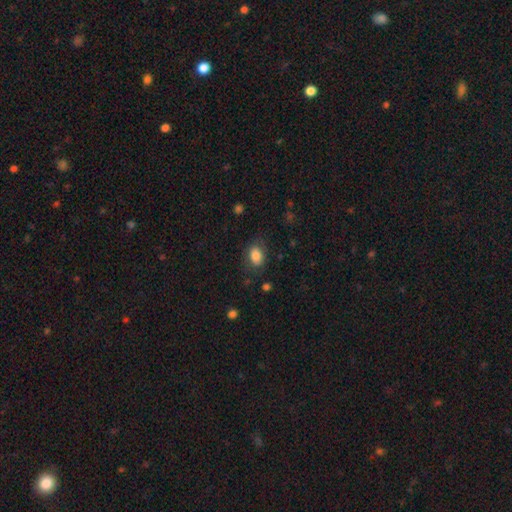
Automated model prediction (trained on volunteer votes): Smooth or featured? smooth (84%)
How rounded? in between (79%)
Merging? none (74%)